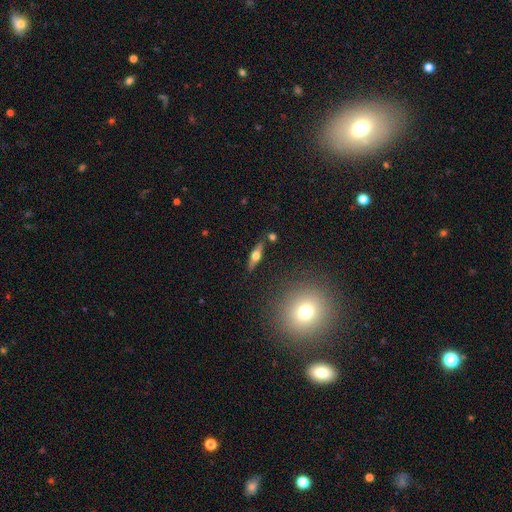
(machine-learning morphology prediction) This appears to be a featured or disk galaxy (58%) viewed edge-on (91%) with a rounded central bulge (95%). Merging: none (84%).